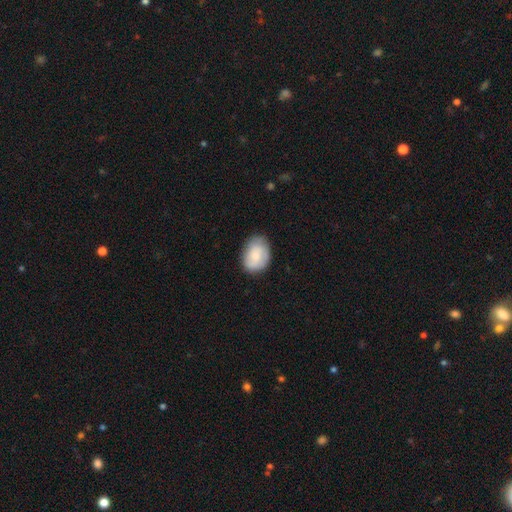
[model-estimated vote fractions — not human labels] The model was most divided on "how rounded": in between: 73%, round: 26%, cigar-shaped: 1%. More confident: merging — none (75%); smooth or featured — smooth (75%).